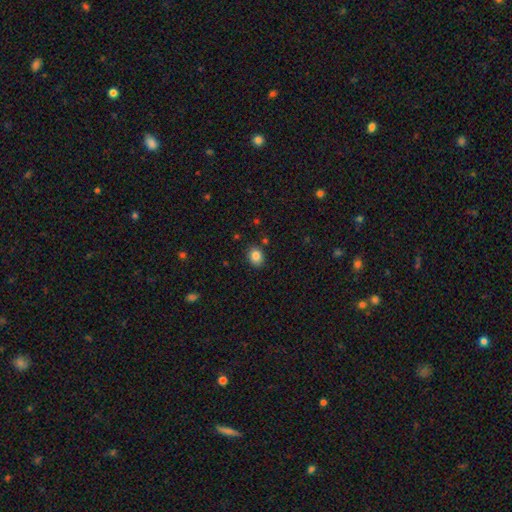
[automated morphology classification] This is clearly a smooth galaxy (85%). How rounded: possibly round (52%). Merging: clearly none (84%).